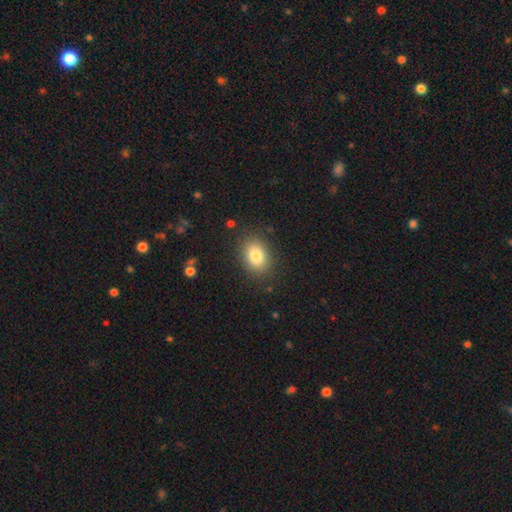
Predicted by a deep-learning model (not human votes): Smooth or featured: smooth — 83% (star or artifact — 9%)
How rounded: in between — 72% (round — 27%)
Merging: none — 86% (minor disturbance — 10%)